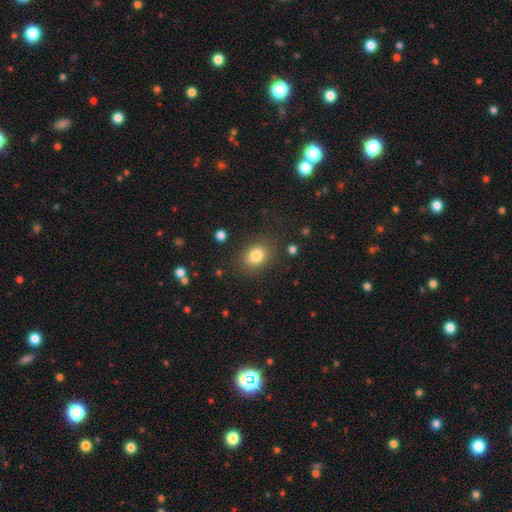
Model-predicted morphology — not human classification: This is clearly a smooth galaxy (82%). How rounded: possibly in between (57%). Merging: clearly none (82%).